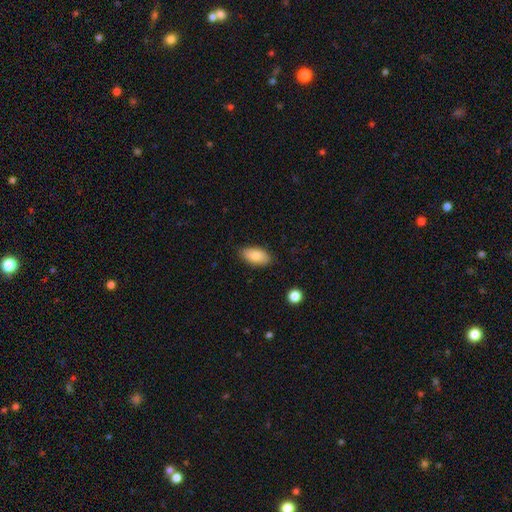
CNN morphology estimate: Smooth or featured? smooth (83%)
How rounded? in between (94%)
Merging? none (84%)